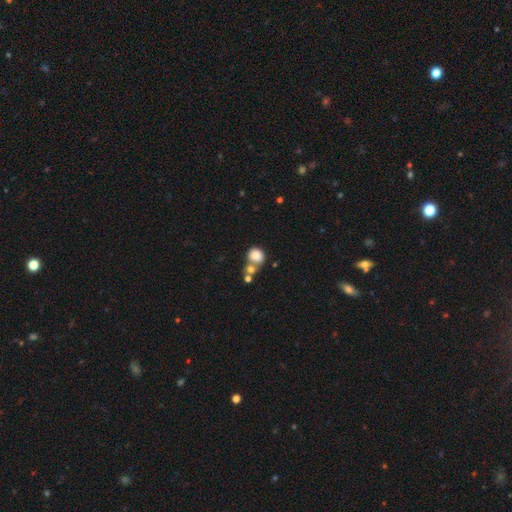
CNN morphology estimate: The model was most divided on "merging": none: 44%, merger: 39%, minor disturbance: 11%, major disturbance: 5%. More confident: smooth or featured — smooth (81%); how rounded — round (74%).